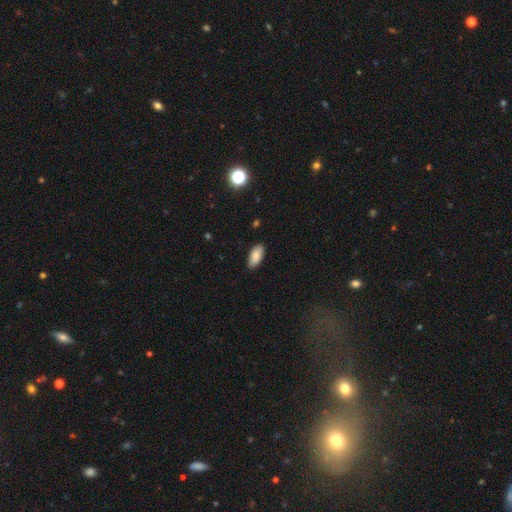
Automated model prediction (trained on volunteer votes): The model was most divided on "merging": none: 87%, minor disturbance: 10%, major disturbance: 2%, merger: 1%. More confident: how rounded — in between (92%); smooth or featured — smooth (87%).